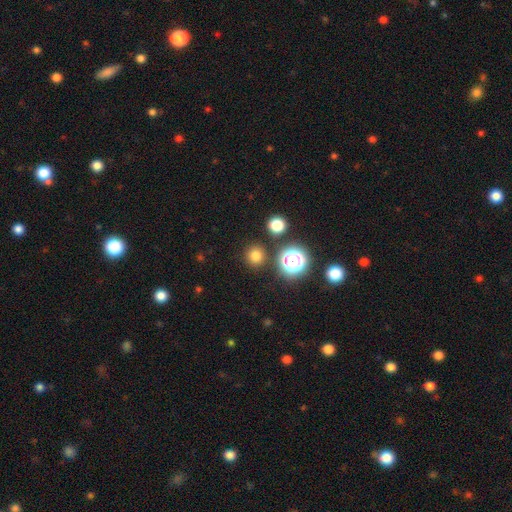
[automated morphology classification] Smooth or featured? smooth (74%)
How rounded? round (93%)
Merging? none (87%)